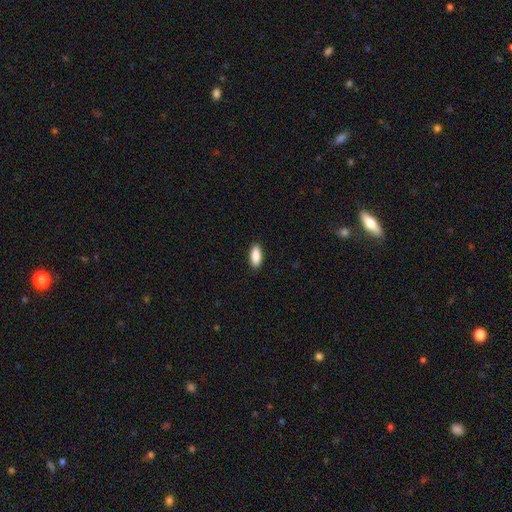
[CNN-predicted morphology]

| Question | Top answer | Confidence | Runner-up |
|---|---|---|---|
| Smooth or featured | smooth | 90% | star or artifact (6%) |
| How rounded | in between | 84% | cigar-shaped (14%) |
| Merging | none | 90% | minor disturbance (8%) |